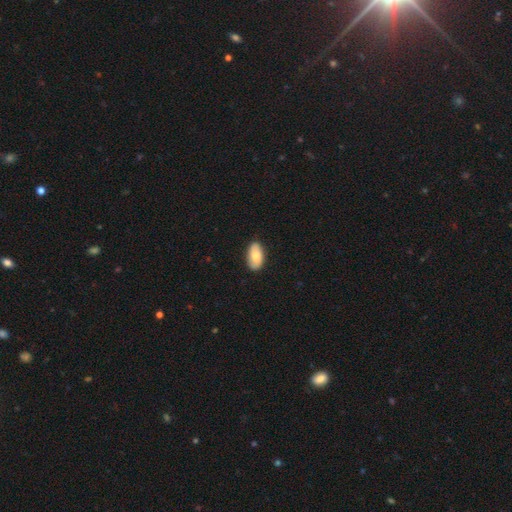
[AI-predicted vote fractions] Smooth or featured? Predicted: smooth (p=0.75). How rounded? Predicted: in between (p=0.94). Merging? Predicted: none (p=0.86).